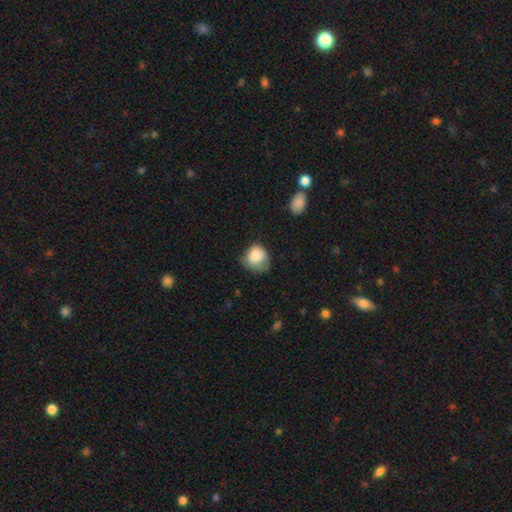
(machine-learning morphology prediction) This appears to be a smooth galaxy with no disk features (85%) that is round (77%). Merging: none (47%).